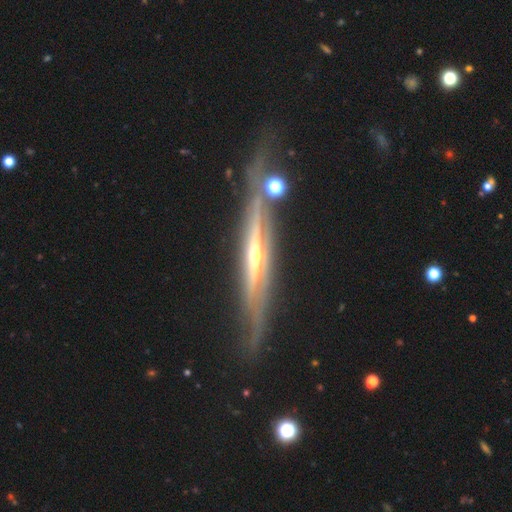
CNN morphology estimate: Smooth or featured?
  - featured or disk: 87% *
  - smooth: 8%
  - star or artifact: 5%
Edge-on disk?
  - yes: 88% *
  - no: 12%
Edge-on bulge?
  - rounded: 76% *
  - none: 19%
  - boxy: 5%
Merging?
  - none: 68% *
  - minor disturbance: 19%
  - major disturbance: 8%
  - merger: 5%